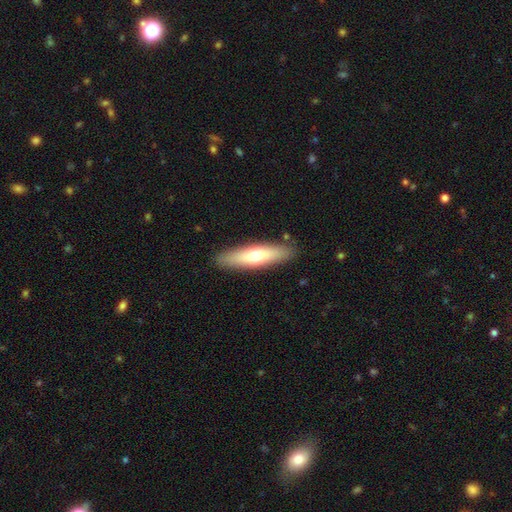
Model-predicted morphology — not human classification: Q: Smooth or featured?
A: smooth (59%); runner-up: featured or disk (35%)
Q: How rounded?
A: cigar-shaped (72%); runner-up: in between (27%)
Q: Merging?
A: none (88%); runner-up: minor disturbance (9%)